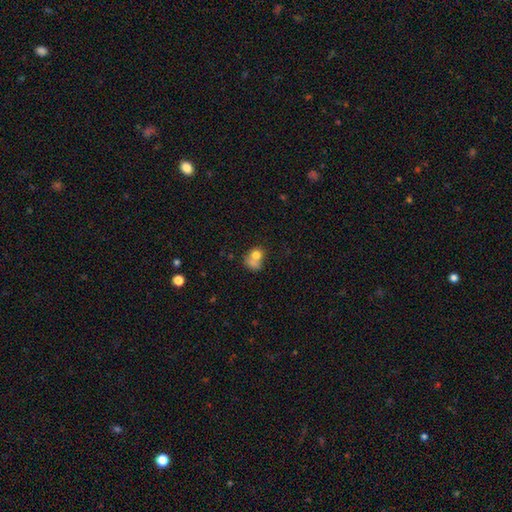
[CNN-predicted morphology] Overall: smooth (72%). How rounded: round (60%; in between 39%). Merging: merger (46%; none 28%).